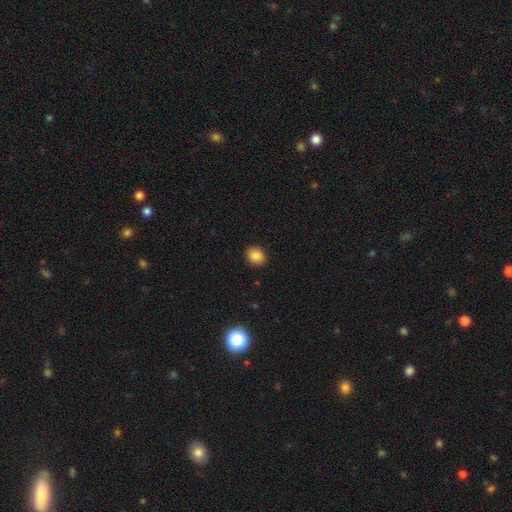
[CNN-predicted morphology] Smooth or featured? Predicted: smooth (p=0.85). How rounded? Predicted: round (p=0.50). Merging? Predicted: none (p=0.91).